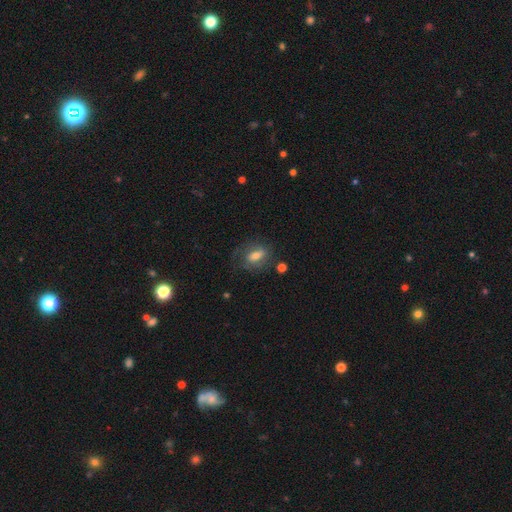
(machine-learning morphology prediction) The model was most divided on "smooth or featured": smooth: 47%, featured or disk: 44%, star or artifact: 10%. More confident: merging — none (58%).